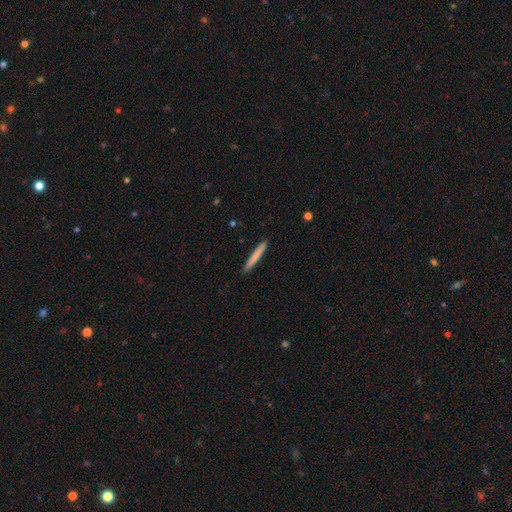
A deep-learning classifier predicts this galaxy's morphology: Q: Smooth or featured?
A: smooth (77%); runner-up: featured or disk (18%)
Q: How rounded?
A: cigar-shaped (96%); runner-up: in between (2%)
Q: Merging?
A: none (91%); runner-up: minor disturbance (6%)